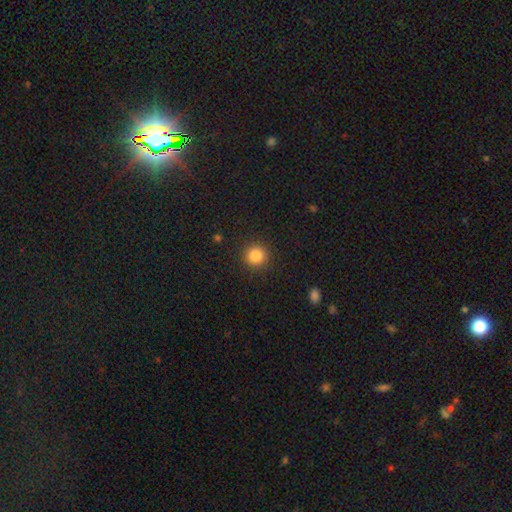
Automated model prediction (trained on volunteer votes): Smooth or featured: smooth — 84% (star or artifact — 11%)
How rounded: round — 94% (in between — 5%)
Merging: none — 92% (minor disturbance — 5%)